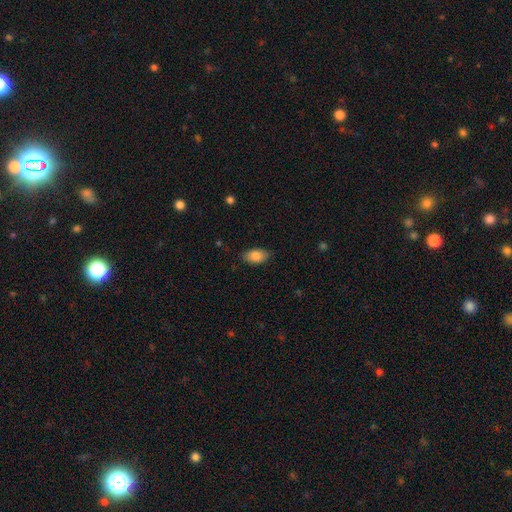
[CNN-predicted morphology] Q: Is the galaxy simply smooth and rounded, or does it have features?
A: smooth — 85%.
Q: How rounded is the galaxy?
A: in between — 93%.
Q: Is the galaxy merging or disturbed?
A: none — 84%.